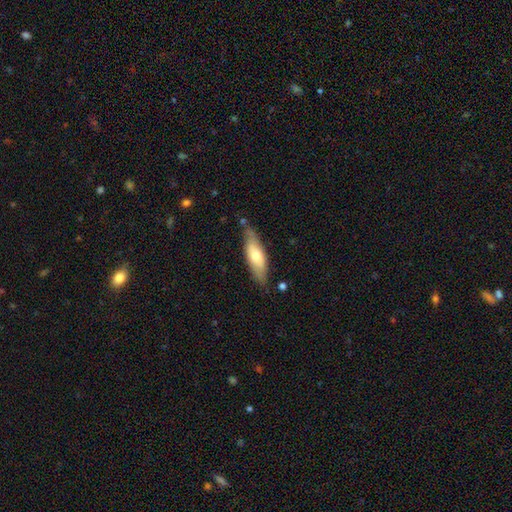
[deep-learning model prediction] The model was most divided on "how rounded": cigar-shaped: 51%, in between: 48%, round: 2%. More confident: merging — none (74%); smooth or featured — smooth (55%).